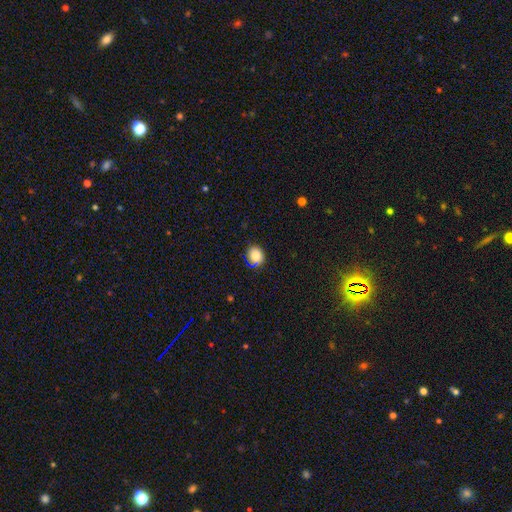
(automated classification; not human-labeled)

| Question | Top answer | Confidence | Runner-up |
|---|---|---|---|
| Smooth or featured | smooth | 78% | star or artifact (13%) |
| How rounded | round | 71% | in between (28%) |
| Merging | none | 76% | minor disturbance (16%) |